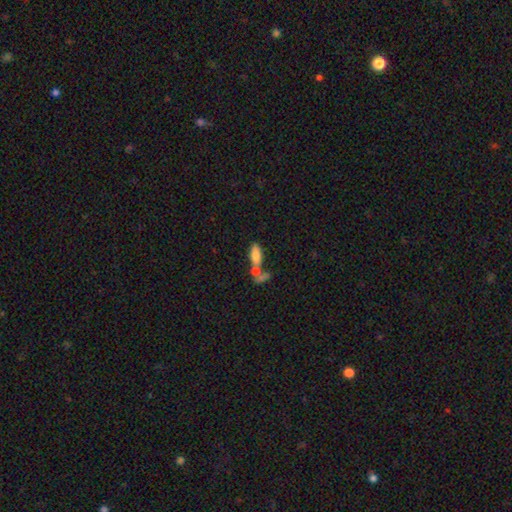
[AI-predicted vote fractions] This is likely a smooth galaxy (79%). How rounded: likely in between (76%). Merging: possibly merger (46%).